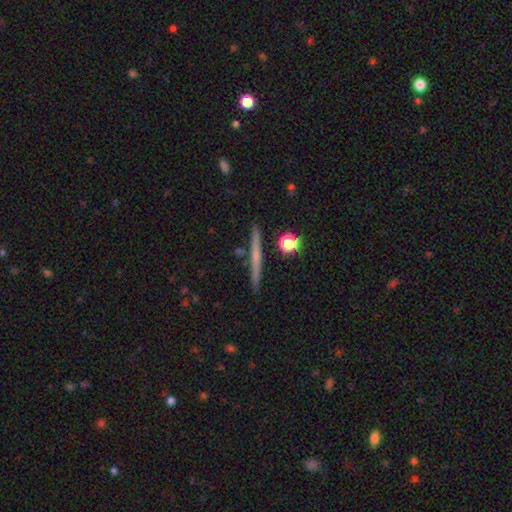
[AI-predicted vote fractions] Smooth or featured? Predicted: featured or disk (p=0.51). Edge-on disk? Predicted: yes (p=0.97). Merging? Predicted: none (p=0.90).